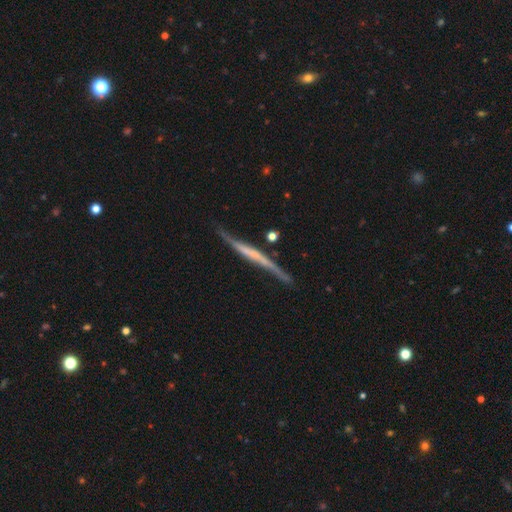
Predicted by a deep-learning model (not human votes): Smooth or featured? featured or disk (70%)
Edge-on disk? yes (89%)
Edge-on bulge? none (69%)
Merging? none (65%)